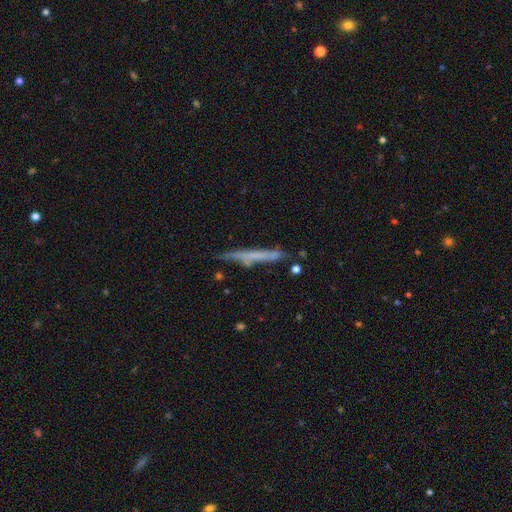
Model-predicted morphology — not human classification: Q: Smooth or featured?
A: smooth (47%); runner-up: featured or disk (44%)
Q: Merging?
A: none (71%); runner-up: minor disturbance (20%)